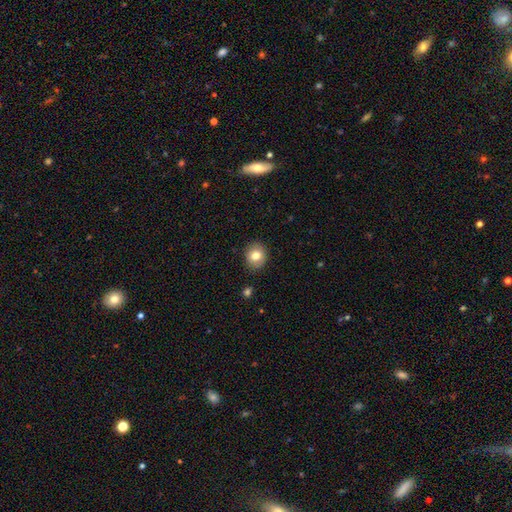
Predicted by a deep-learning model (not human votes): smooth 80%, featured or disk 11%, star or artifact 9%. Down the decision tree: how rounded — round (69%); merging — none (88%).